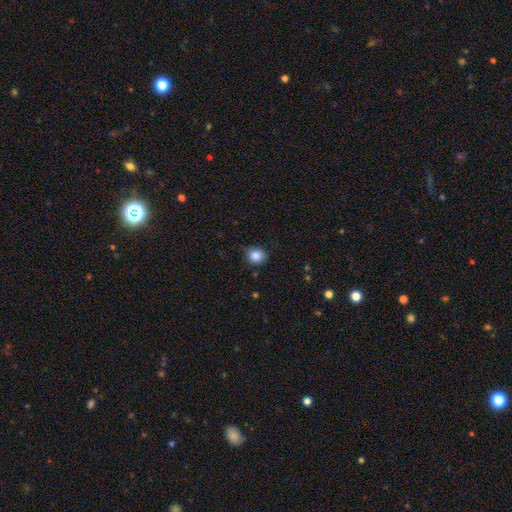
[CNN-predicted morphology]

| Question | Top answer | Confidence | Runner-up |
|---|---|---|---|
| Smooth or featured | smooth | 87% | star or artifact (9%) |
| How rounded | round | 80% | in between (19%) |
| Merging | none | 79% | minor disturbance (17%) |